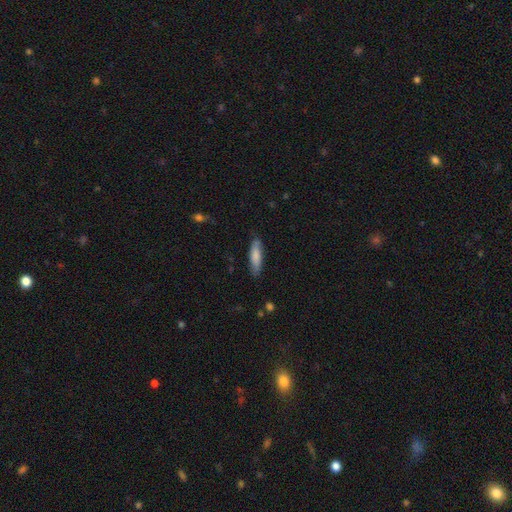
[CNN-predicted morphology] Smooth or featured? smooth (78%)
How rounded? cigar-shaped (67%)
Merging? none (81%)